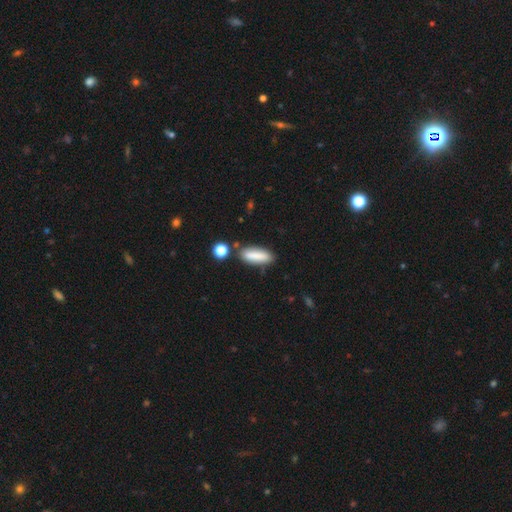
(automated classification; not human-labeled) Smooth or featured? smooth (82%)
How rounded? cigar-shaped (53%)
Merging? none (73%)